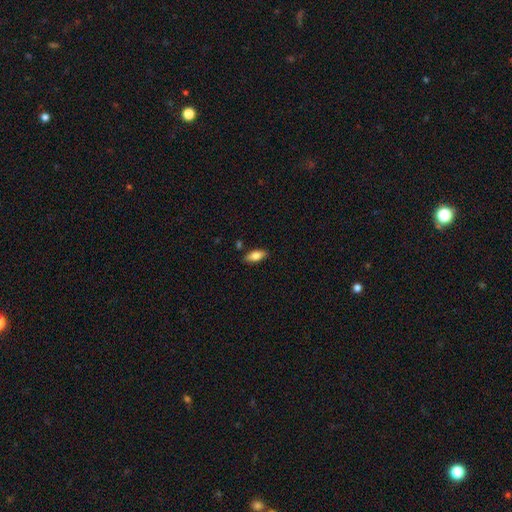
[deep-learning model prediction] Smooth or featured? smooth (77%)
How rounded? in between (83%)
Merging? none (85%)